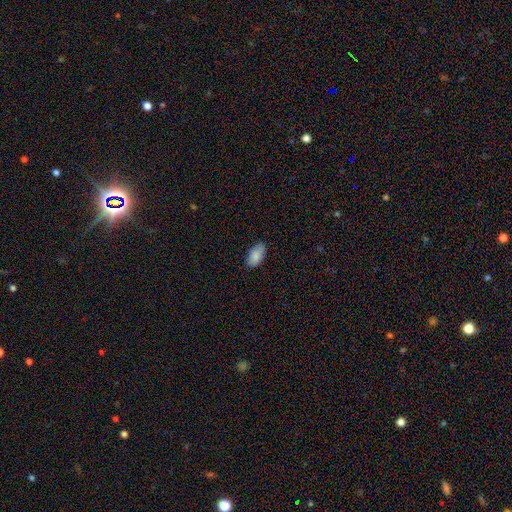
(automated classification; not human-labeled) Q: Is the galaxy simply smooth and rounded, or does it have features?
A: smooth — 86%.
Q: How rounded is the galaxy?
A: in between — 94%.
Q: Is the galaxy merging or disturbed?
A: none — 81%.